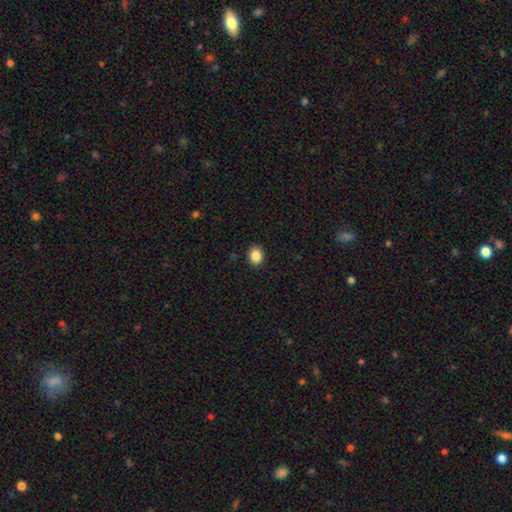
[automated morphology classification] smooth_or_featured: smooth (p=0.86) [alt: star or artifact p=0.10]
how_rounded: round (p=0.60) [alt: in between p=0.40]
merging: none (p=0.90) [alt: minor disturbance p=0.07]